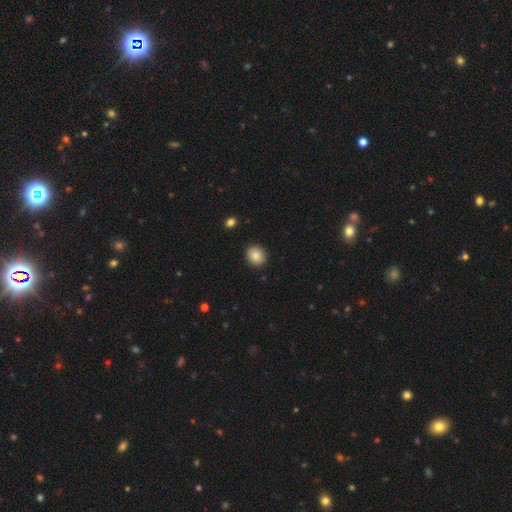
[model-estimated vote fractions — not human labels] This is clearly a smooth galaxy (86%). How rounded: likely round (73%). Merging: clearly none (90%).